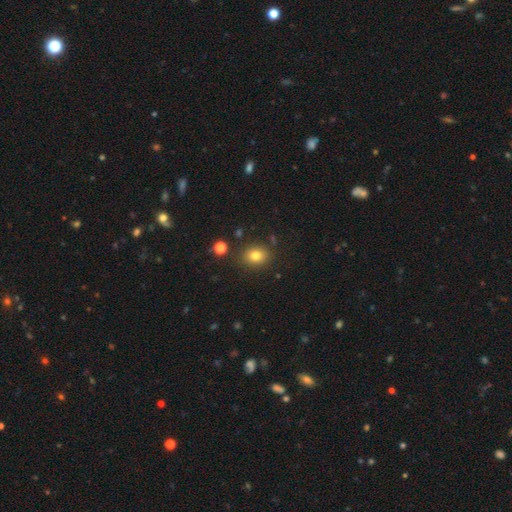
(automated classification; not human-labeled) Overall: smooth (79%). How rounded: round (54%; in between 45%). Merging: none (84%).